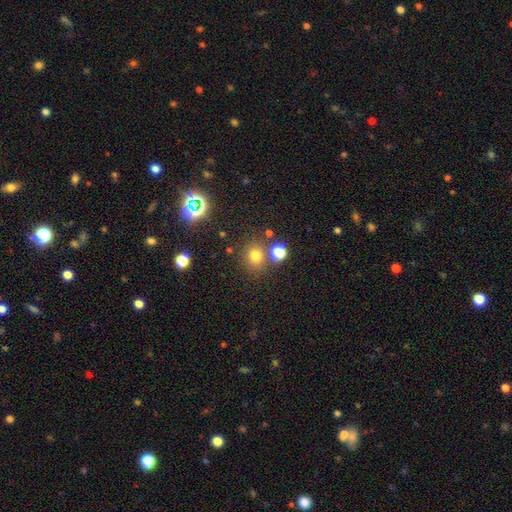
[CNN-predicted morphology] smooth 72%, star or artifact 21%, featured or disk 7%. Down the decision tree: how rounded — round (82%); merging — none (75%).